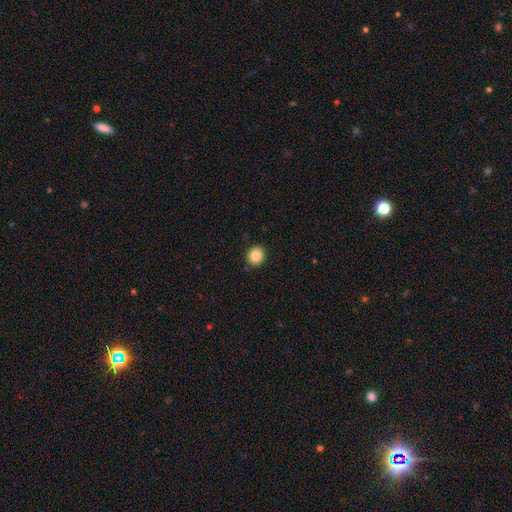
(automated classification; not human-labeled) A smooth galaxy with no disk features (84%) that is round (89%).

Vote fractions:
- Smooth or featured? smooth: 84% / star or artifact: 10% / featured or disk: 6%
- How rounded? round: 89% / in between: 10% / cigar-shaped: 1%
- Merging? none: 91% / minor disturbance: 6% / major disturbance: 2% / merger: 1%